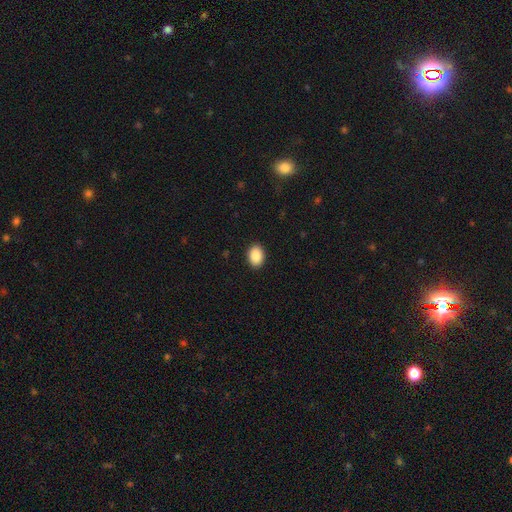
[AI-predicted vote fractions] Overall: smooth (88%). How rounded: in between (73%). Merging: none (91%).